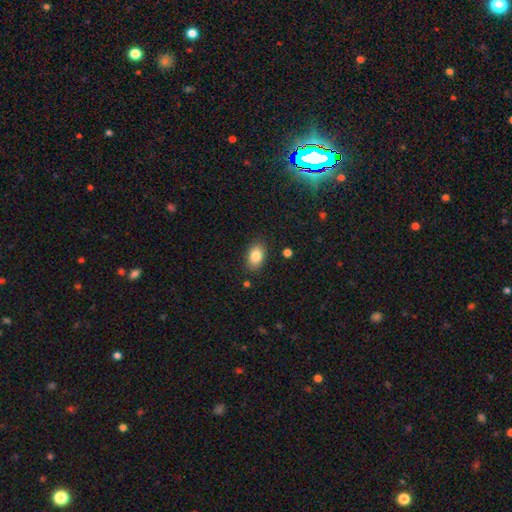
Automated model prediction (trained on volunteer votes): smooth 84%, featured or disk 8%, star or artifact 8%. Down the decision tree: how rounded — in between (87%); merging — none (85%).